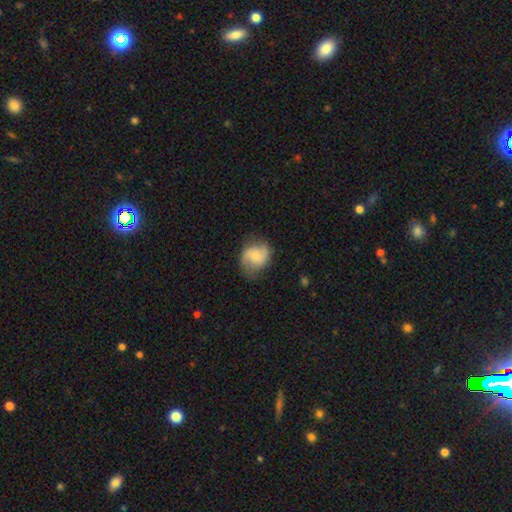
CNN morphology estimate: Overall: featured or disk (57%; smooth 36%). Edge-on disk: no (97%). Bar: no (66%; weak 29%). Spiral arms: yes (90%). Bulge size: small (57%; moderate 34%). Merging: none (72%).